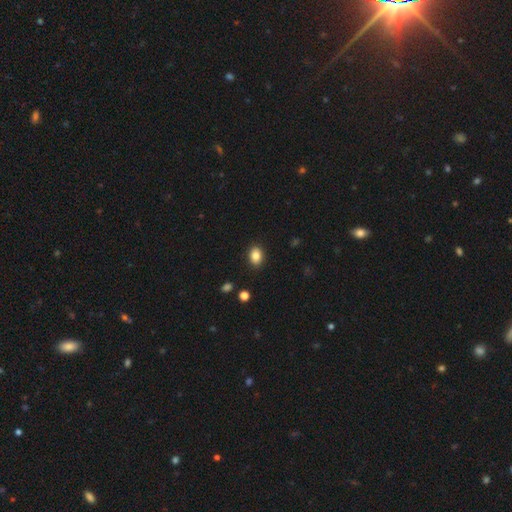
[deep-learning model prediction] smooth_or_featured: smooth (p=0.85) [alt: star or artifact p=0.09]
how_rounded: in between (p=0.73) [alt: round p=0.26]
merging: none (p=0.88) [alt: minor disturbance p=0.08]